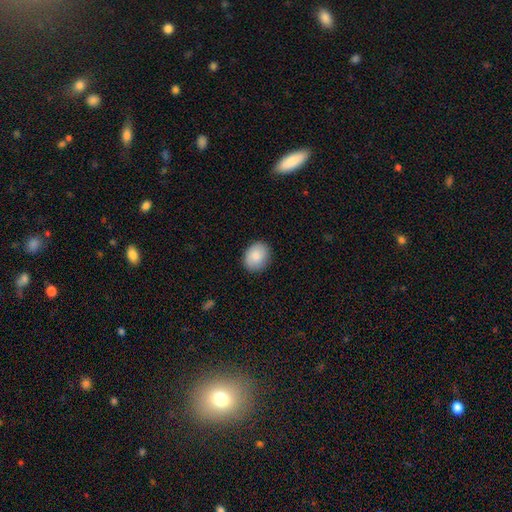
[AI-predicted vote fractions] Q: Smooth or featured?
A: smooth (86%); runner-up: featured or disk (7%)
Q: How rounded?
A: in between (51%); runner-up: round (48%)
Q: Merging?
A: none (86%); runner-up: minor disturbance (10%)